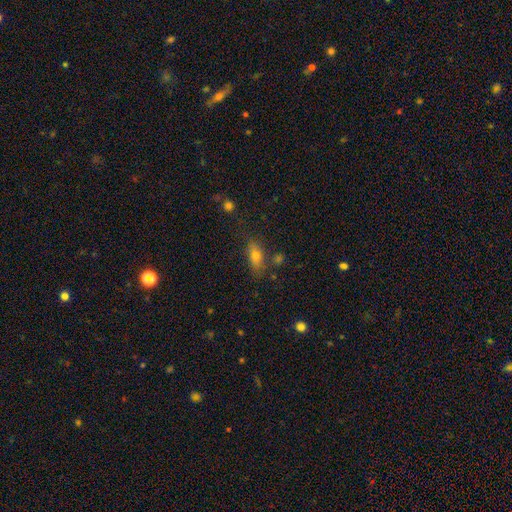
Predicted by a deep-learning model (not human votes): Morphology: type=smooth (71%); roundness=in between (77%); merging=none (73%).